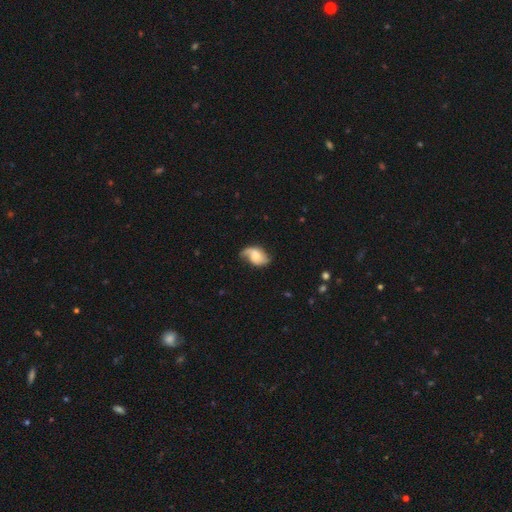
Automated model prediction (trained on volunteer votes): Smooth or featured? Predicted: featured or disk (p=0.66). Edge-on disk? Predicted: no (p=0.97). Bar? Predicted: no (p=0.59). Spiral arms? Predicted: yes (p=0.93). Spiral winding? Predicted: loose (p=0.52). Spiral arm count? Predicted: 2 (p=0.73). Bulge size? Predicted: moderate (p=0.39). Merging? Predicted: none (p=0.57).